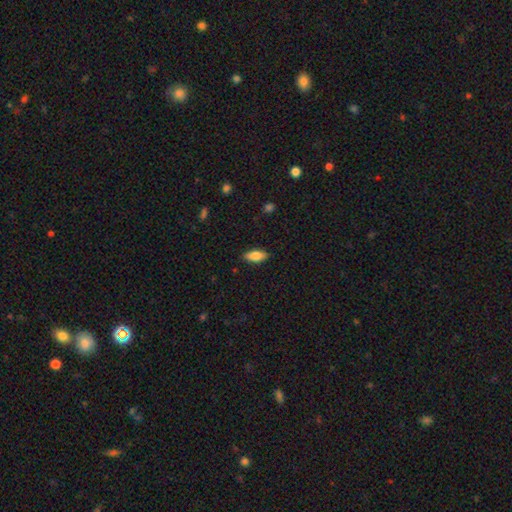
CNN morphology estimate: Smooth or featured: smooth — 77% (featured or disk — 16%)
How rounded: in between — 80% (cigar-shaped — 18%)
Merging: none — 87% (minor disturbance — 10%)